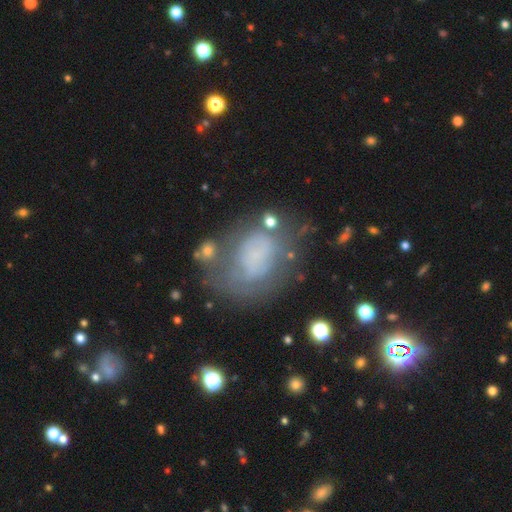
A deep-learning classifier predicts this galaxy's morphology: A featured or disk galaxy (44%).

Vote fractions:
- Smooth or featured? featured or disk: 44% / smooth: 42% / star or artifact: 14%
- Merging? none: 48% / minor disturbance: 24% / major disturbance: 21% / merger: 7%